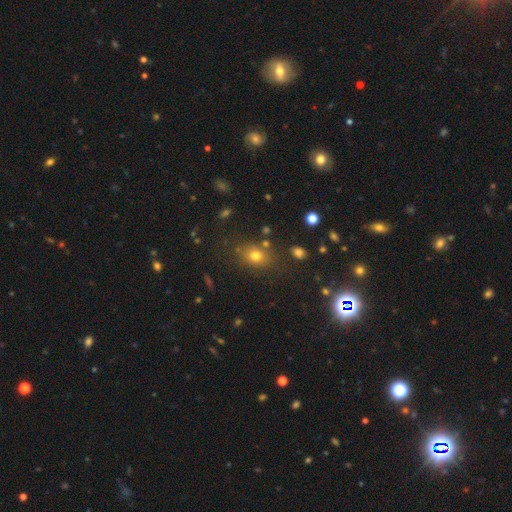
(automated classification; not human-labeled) Morphology: type=smooth (73%); roundness=in between (50%); merging=none (77%).